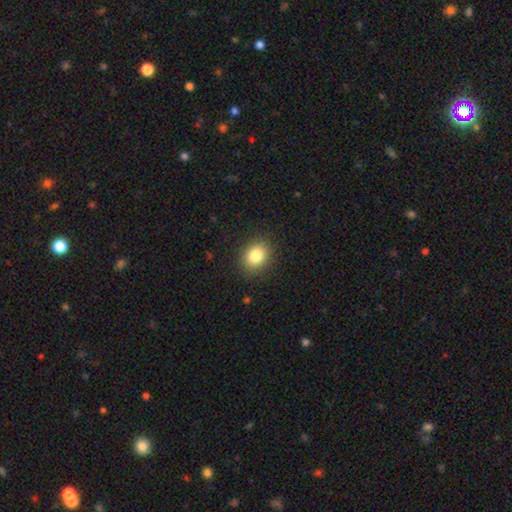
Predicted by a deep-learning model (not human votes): The model was most divided on "how rounded": round: 51%, in between: 48%, cigar-shaped: 1%. More confident: merging — none (88%); smooth or featured — smooth (83%).